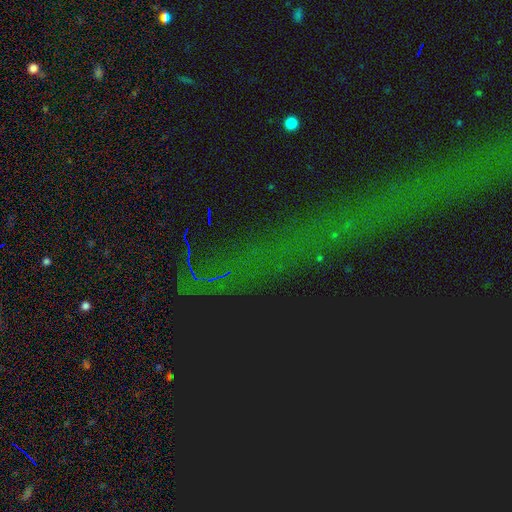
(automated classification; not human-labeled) smooth-or-featured: star or artifact: 79% | featured or disk: 11% | smooth: 10%